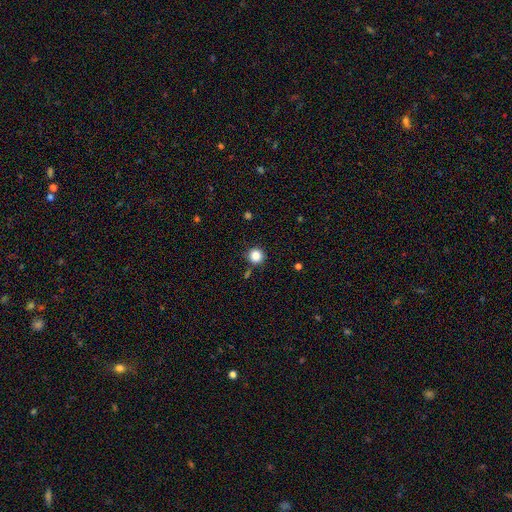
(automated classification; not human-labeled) A smooth galaxy with no disk features (85%) that is round (93%). Merging: none (84%).